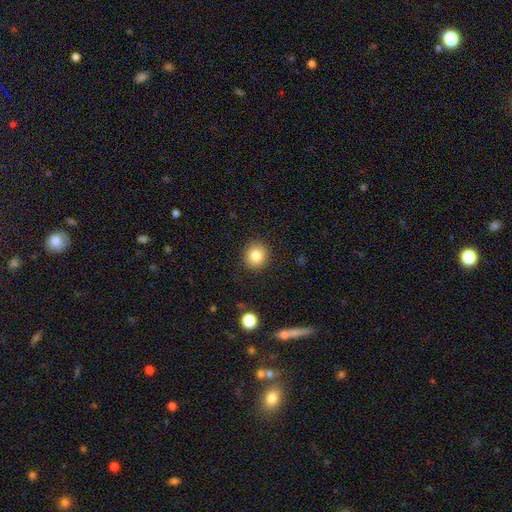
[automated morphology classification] Q: Smooth or featured?
A: smooth (83%); runner-up: star or artifact (10%)
Q: How rounded?
A: round (86%); runner-up: in between (13%)
Q: Merging?
A: none (89%); runner-up: minor disturbance (7%)